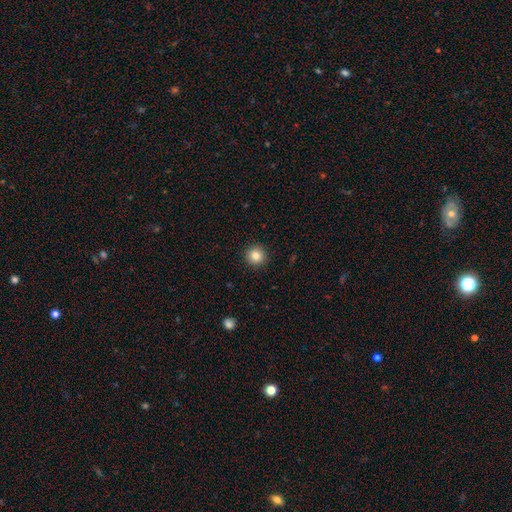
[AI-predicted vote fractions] smooth 83%, star or artifact 10%, featured or disk 6%. Down the decision tree: how rounded — round (95%); merging — none (93%).